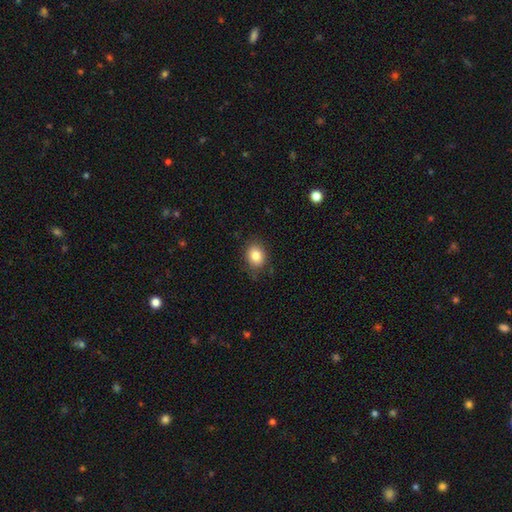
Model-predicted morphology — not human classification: Smooth or featured? Predicted: smooth (p=0.83). How rounded? Predicted: round (p=0.51). Merging? Predicted: none (p=0.82).